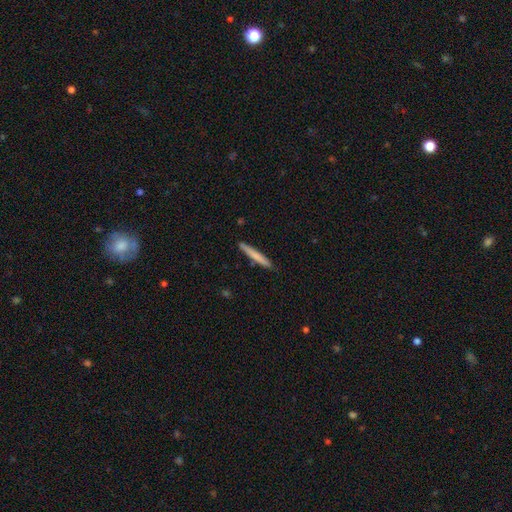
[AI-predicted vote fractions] Q: Smooth or featured?
A: smooth (76%); runner-up: featured or disk (19%)
Q: How rounded?
A: cigar-shaped (96%); runner-up: in between (3%)
Q: Merging?
A: none (90%); runner-up: minor disturbance (7%)